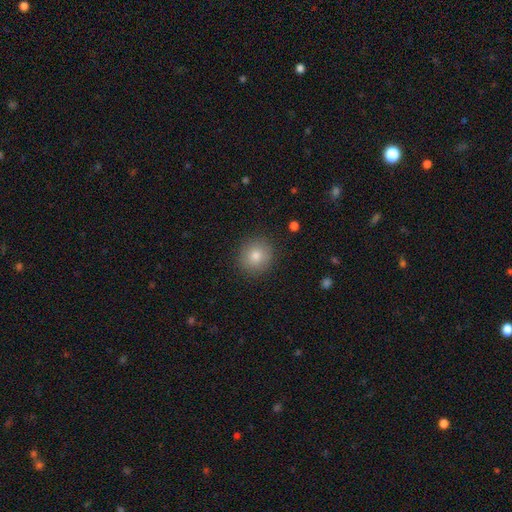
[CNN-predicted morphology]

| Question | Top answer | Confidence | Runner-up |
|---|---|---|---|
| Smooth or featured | smooth | 80% | star or artifact (11%) |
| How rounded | round | 88% | in between (11%) |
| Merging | none | 91% | minor disturbance (6%) |